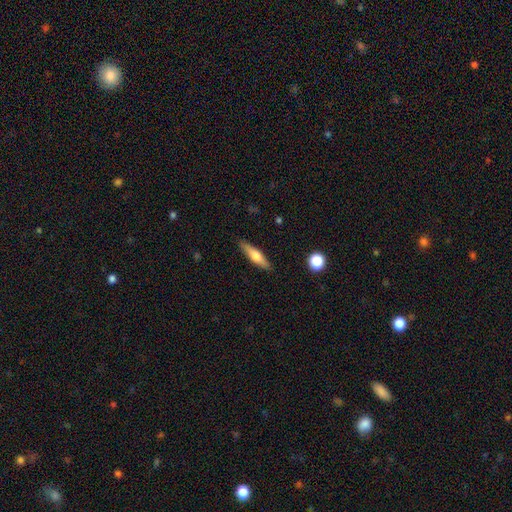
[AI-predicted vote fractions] This is possibly a smooth galaxy (54%). How rounded: likely cigar-shaped (73%). Merging: clearly none (88%).